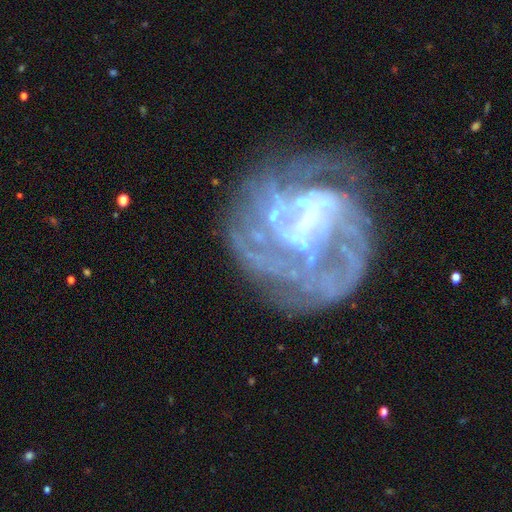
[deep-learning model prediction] Smooth or featured: featured or disk — 76% (star or artifact — 14%)
Edge-on disk: no — 97% (yes — 3%)
Bar: no — 37% (weak — 35%)
Spiral arms: yes — 65% (no — 35%)
Bulge size: none — 43% (small — 32%)
Merging: none — 50% (major disturbance — 26%)